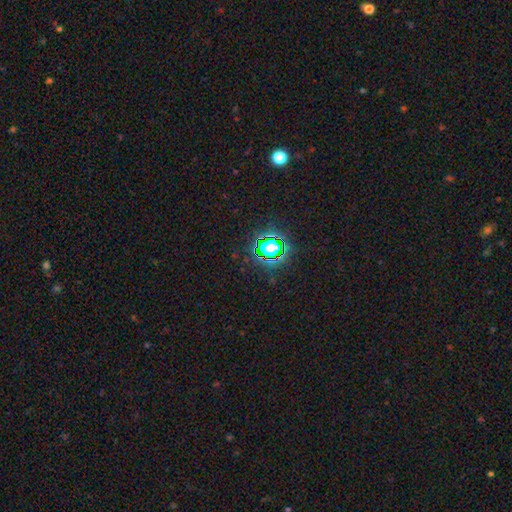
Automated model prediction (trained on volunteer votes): Morphology: type=star or artifact (80%).